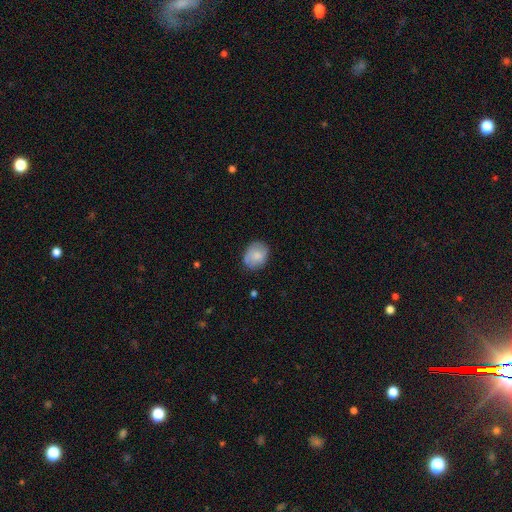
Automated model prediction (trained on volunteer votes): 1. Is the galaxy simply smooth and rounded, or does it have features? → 73% smooth, 19% featured or disk, 7% star or artifact.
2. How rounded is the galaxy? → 53% round, 46% in between, 1% cigar-shaped.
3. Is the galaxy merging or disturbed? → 73% none, 21% minor disturbance, 5% major disturbance, 1% merger.